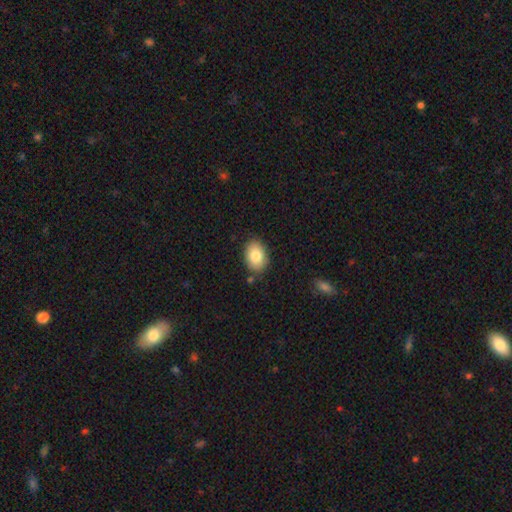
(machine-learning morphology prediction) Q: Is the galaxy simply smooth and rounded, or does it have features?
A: smooth — 82%.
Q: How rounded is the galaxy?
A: in between — 81%.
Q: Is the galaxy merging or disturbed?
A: none — 82%.